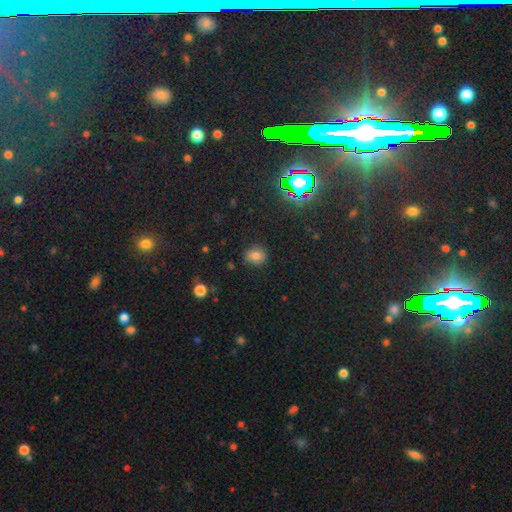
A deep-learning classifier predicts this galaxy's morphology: Smooth or featured: smooth — 74% (star or artifact — 18%)
How rounded: round — 77% (in between — 22%)
Merging: none — 84% (minor disturbance — 12%)